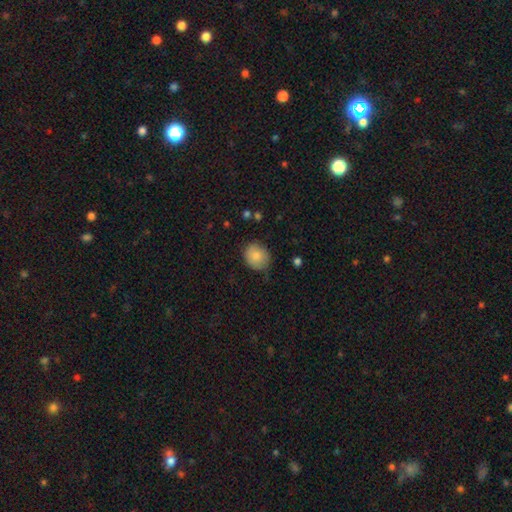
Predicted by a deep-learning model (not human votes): smooth_or_featured: smooth (p=0.83) [alt: featured or disk p=0.09]
how_rounded: round (p=0.72) [alt: in between p=0.28]
merging: none (p=0.71) [alt: minor disturbance p=0.23]